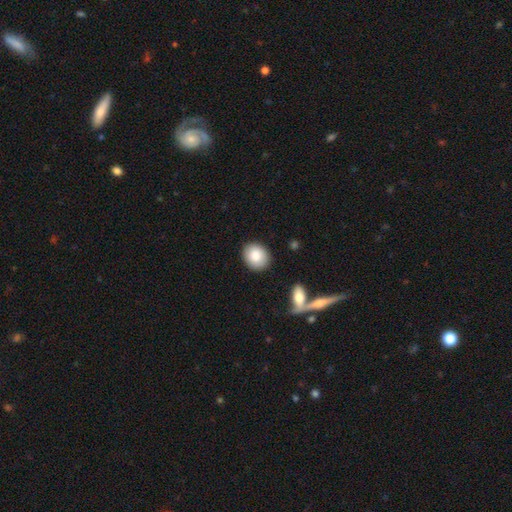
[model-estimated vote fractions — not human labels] smooth_or_featured: smooth (p=0.84) [alt: featured or disk p=0.09]
how_rounded: round (p=0.62) [alt: in between p=0.37]
merging: none (p=0.87) [alt: minor disturbance p=0.08]